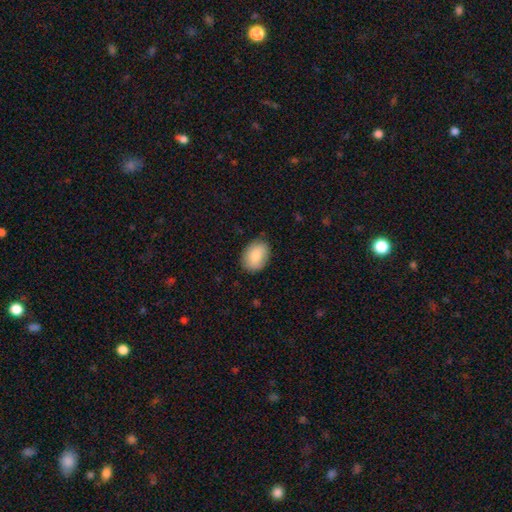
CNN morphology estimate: type=smooth (84%); roundness=in between (79%); merging=none (83%).